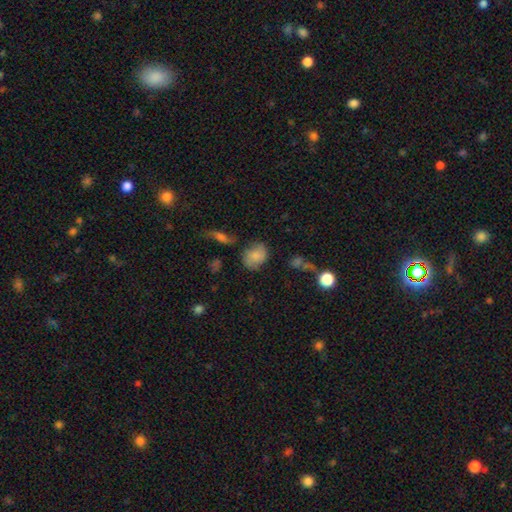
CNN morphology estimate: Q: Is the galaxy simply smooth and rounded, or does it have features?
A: smooth — 75%.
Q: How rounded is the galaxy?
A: in between — 52%.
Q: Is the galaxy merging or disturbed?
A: none — 63%.